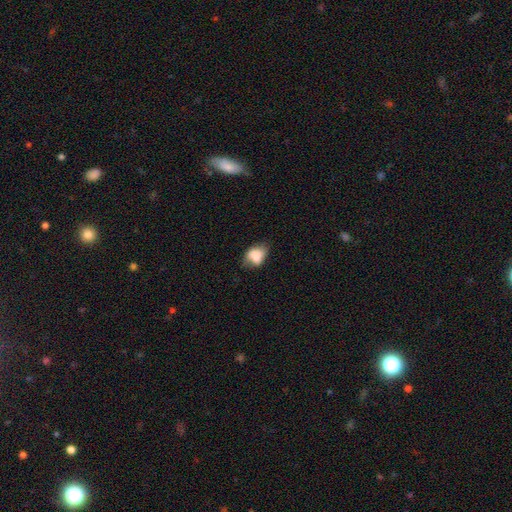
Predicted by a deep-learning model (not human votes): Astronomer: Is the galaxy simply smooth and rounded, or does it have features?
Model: smooth — 76%.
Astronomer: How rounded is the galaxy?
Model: in between — 71%.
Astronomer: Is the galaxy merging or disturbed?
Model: none — 46% (runner-up: minor disturbance, 37%).